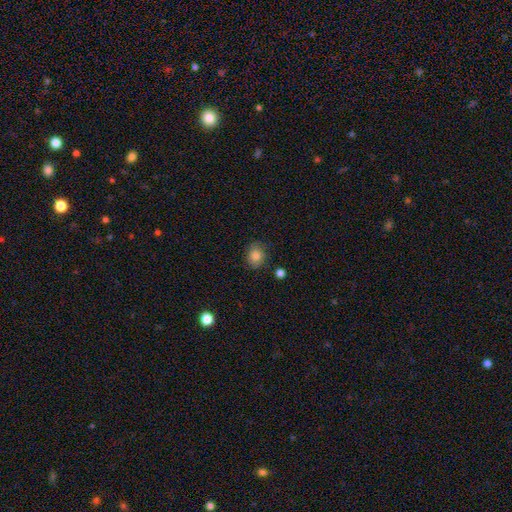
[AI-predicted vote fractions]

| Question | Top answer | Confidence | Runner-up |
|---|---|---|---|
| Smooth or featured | smooth | 81% | star or artifact (10%) |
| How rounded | round | 66% | in between (33%) |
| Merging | none | 76% | minor disturbance (17%) |